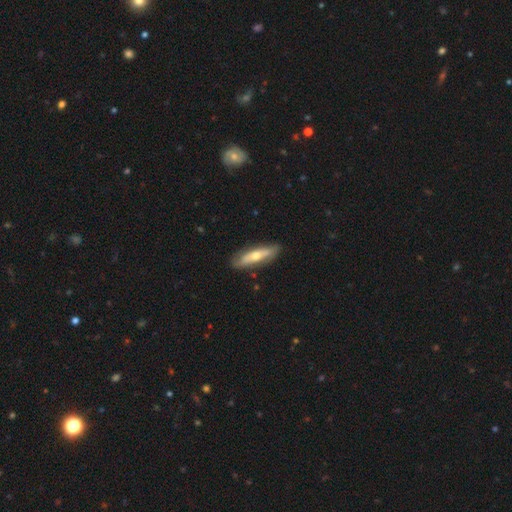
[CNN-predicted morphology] smooth_or_featured: featured or disk (p=0.47) [tied with: smooth p=0.47]
merging: none (p=0.80) [alt: minor disturbance p=0.15]